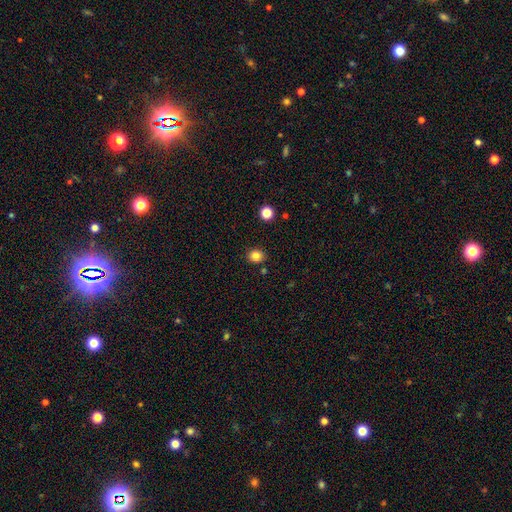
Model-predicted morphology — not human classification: This appears to be a smooth galaxy with no disk features (83%) that is round (76%). Merging: none (87%).